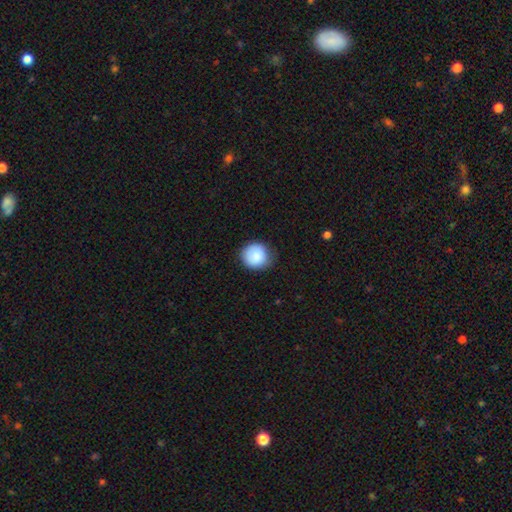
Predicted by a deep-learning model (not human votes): A smooth galaxy with no disk features (87%) that is round (90%).

Vote fractions:
- Smooth or featured? smooth: 87% / star or artifact: 8% / featured or disk: 5%
- How rounded? round: 90% / in between: 9% / cigar-shaped: 1%
- Merging? none: 76% / minor disturbance: 19% / major disturbance: 4% / merger: 1%